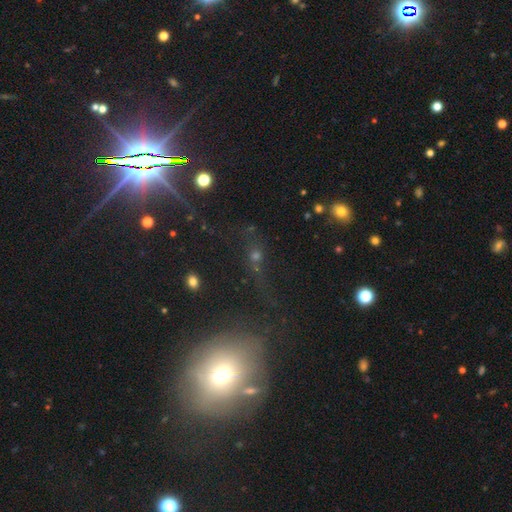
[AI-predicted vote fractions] Overall: star or artifact (44%; smooth 33%).